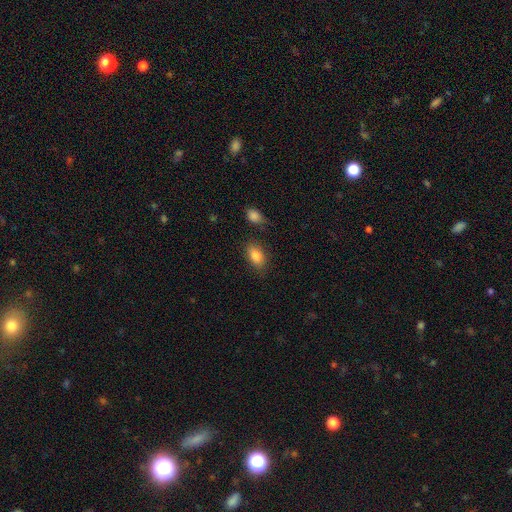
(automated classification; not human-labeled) Overall: smooth (85%). How rounded: in between (90%). Merging: none (79%).